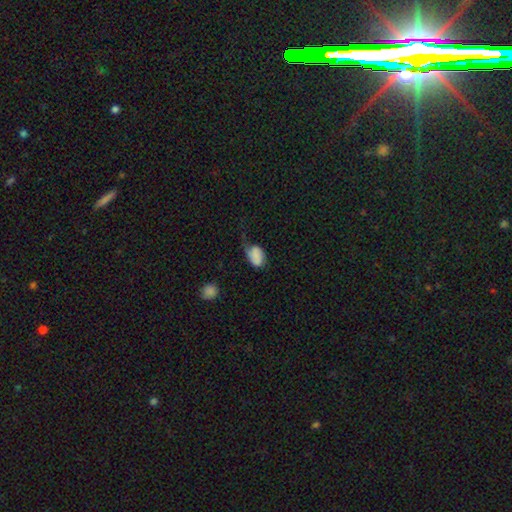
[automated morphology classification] The model was most divided on "merging": major disturbance: 35%, minor disturbance: 34%, none: 27%, merger: 3%. More confident: how rounded — in between (85%); smooth or featured — smooth (78%).